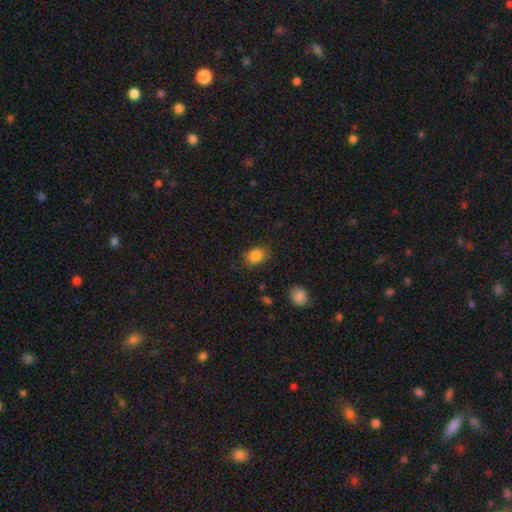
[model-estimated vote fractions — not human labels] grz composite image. It shows a smooth galaxy with no disk features (86%) that is in between round and cigar-shaped (57%). Merging: none (81%).